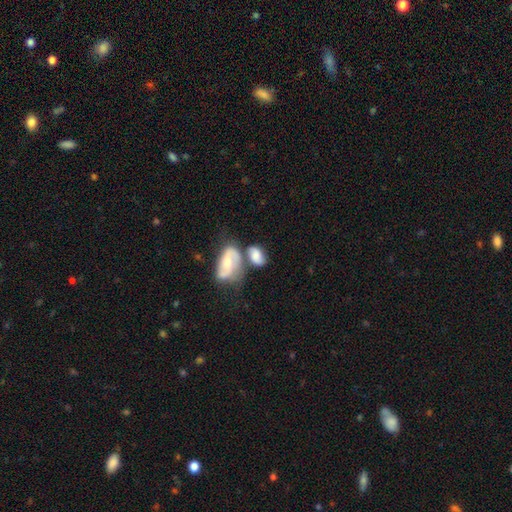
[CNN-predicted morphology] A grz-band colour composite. It shows a smooth galaxy with no disk features (62%) that is in between round and cigar-shaped (88%). Merging: merger (44%).